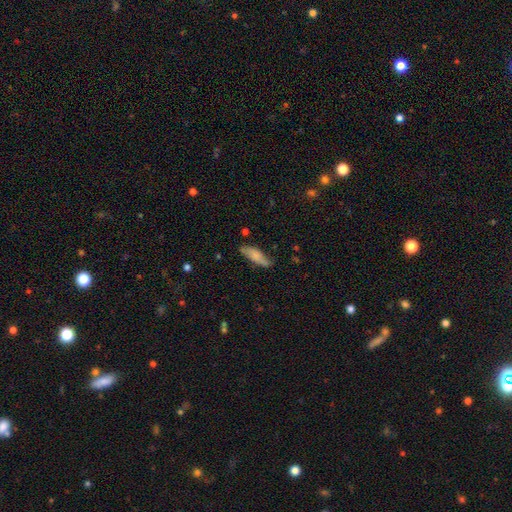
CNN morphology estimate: A smooth galaxy with no disk features (72%) that is in between round and cigar-shaped (52%).

Vote fractions:
- Smooth or featured? smooth: 72% / featured or disk: 21% / star or artifact: 6%
- How rounded? in between: 52% / cigar-shaped: 46% / round: 2%
- Merging? none: 71% / minor disturbance: 22% / major disturbance: 4% / merger: 2%